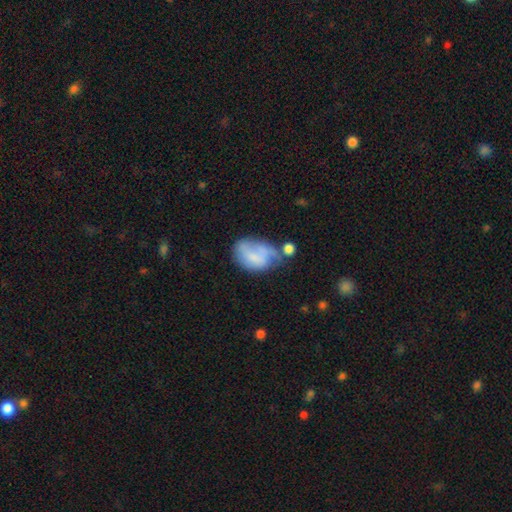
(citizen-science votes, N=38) Smooth or featured? 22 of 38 (58%) said featured or disk. Edge-on disk? 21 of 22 (95%) said no. Bar? 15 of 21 (71%) said no. Spiral arms? 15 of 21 (71%) said yes. Spiral winding? 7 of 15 (47%, tied with loose) said medium. Spiral arm count? 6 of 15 (40%) said can't tell. Bulge size? 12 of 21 (57%) said none. Merging? 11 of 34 (32%) said major disturbance.